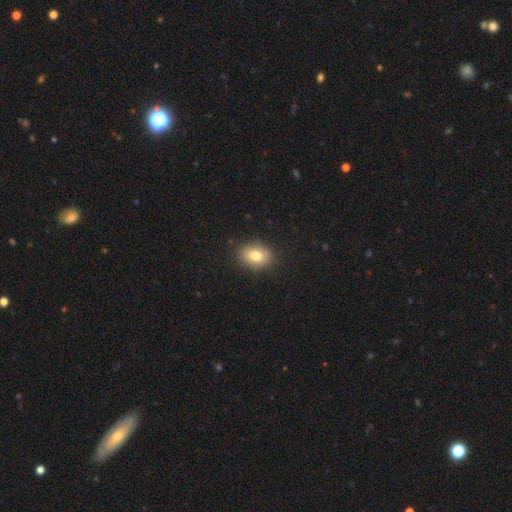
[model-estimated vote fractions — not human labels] Morphology: type=smooth (79%); roundness=in between (62%); merging=none (86%).